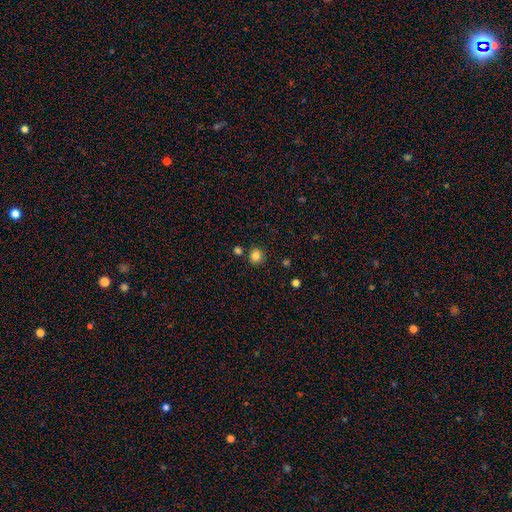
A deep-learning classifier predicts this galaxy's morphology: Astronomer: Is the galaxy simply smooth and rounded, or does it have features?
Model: smooth — 84%.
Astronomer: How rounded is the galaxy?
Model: round — 89%.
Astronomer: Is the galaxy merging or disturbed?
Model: none — 84%.